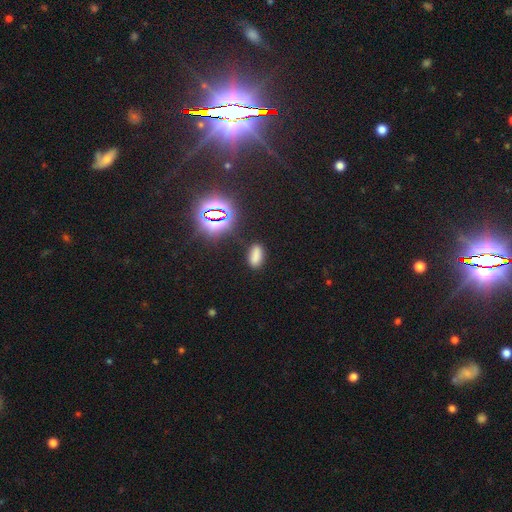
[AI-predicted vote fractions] Q: Smooth or featured?
A: smooth (70%); runner-up: star or artifact (23%)
Q: How rounded?
A: in between (86%); runner-up: cigar-shaped (8%)
Q: Merging?
A: none (81%); runner-up: minor disturbance (12%)